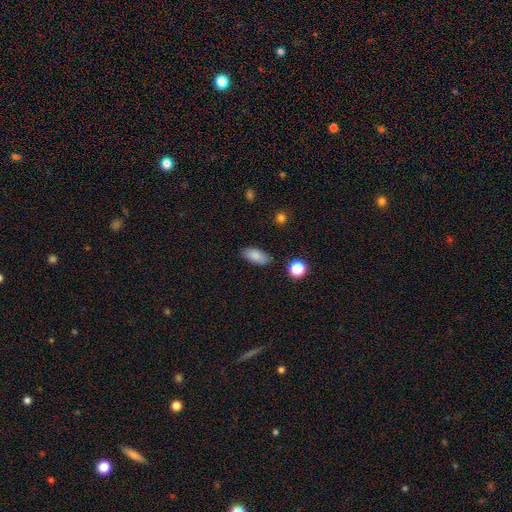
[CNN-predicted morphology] Smooth or featured? Predicted: smooth (p=0.83). How rounded? Predicted: in between (p=0.89). Merging? Predicted: none (p=0.83).